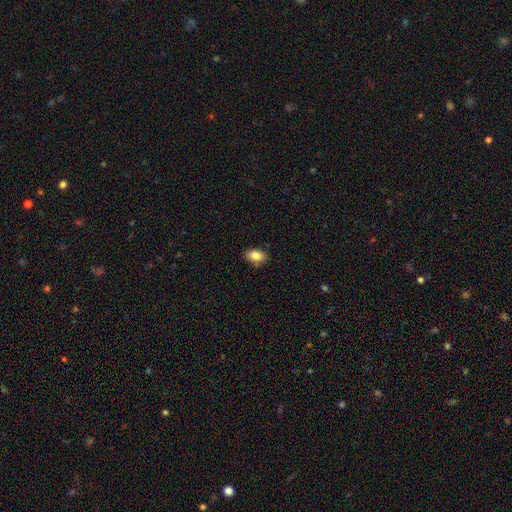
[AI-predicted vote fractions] A smooth galaxy with no disk features (85%) that is in between round and cigar-shaped (85%).

Vote fractions:
- Smooth or featured? smooth: 85% / star or artifact: 8% / featured or disk: 7%
- How rounded? in between: 85% / round: 13% / cigar-shaped: 1%
- Merging? none: 84% / minor disturbance: 12% / major disturbance: 2% / merger: 2%